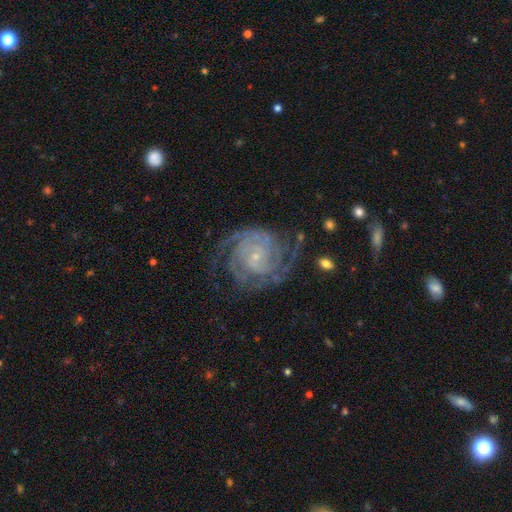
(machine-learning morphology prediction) Overall: featured or disk (90%). Edge-on disk: no (98%). Bar: no (64%; weak 27%). Spiral arms: yes (98%). Spiral arm count: 2 (31%; 3 23%). Spiral winding: tight (66%; medium 29%). Bulge size: small (82%). Merging: none (72%).